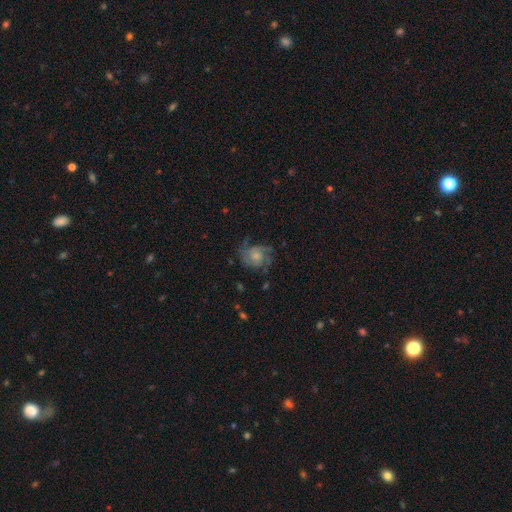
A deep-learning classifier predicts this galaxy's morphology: Smooth or featured: featured or disk — 68% (smooth — 24%)
Edge-on disk: no — 98% (yes — 2%)
Bar: no — 74% (weak — 23%)
Spiral arms: yes — 90% (no — 10%)
Spiral winding: medium — 43% (tight — 39%)
Spiral arm count: 3 — 30% (2 — 26%)
Bulge size: small — 43% (moderate — 41%)
Merging: none — 59% (minor disturbance — 23%)